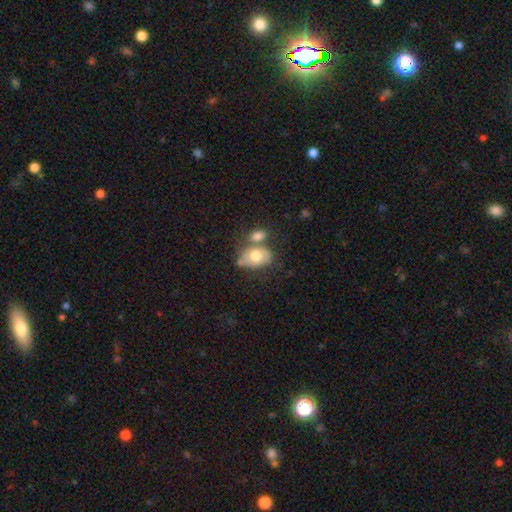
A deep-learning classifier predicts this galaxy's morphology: Smooth or featured?
  - smooth: 67% *
  - featured or disk: 26%
  - star or artifact: 7%
How rounded?
  - in between: 74% *
  - round: 25%
  - cigar-shaped: 1%
Merging?
  - merger: 40% *
  - none: 35%
  - minor disturbance: 17%
  - major disturbance: 8%